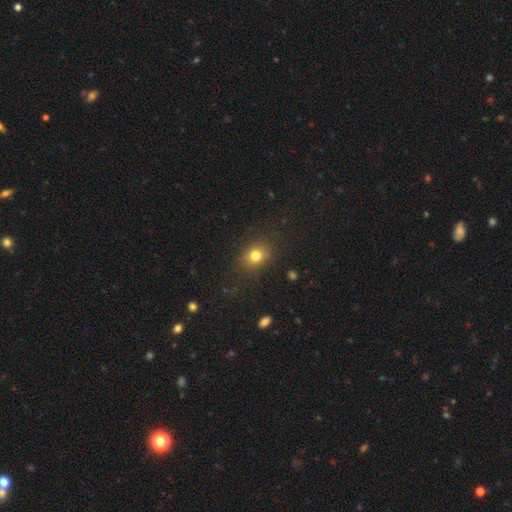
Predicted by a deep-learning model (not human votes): A smooth galaxy with no disk features (78%) that is round (60%).

Vote fractions:
- Smooth or featured? smooth: 78% / star or artifact: 14% / featured or disk: 8%
- How rounded? round: 60% / in between: 39% / cigar-shaped: 1%
- Merging? none: 83% / minor disturbance: 11% / major disturbance: 4% / merger: 1%